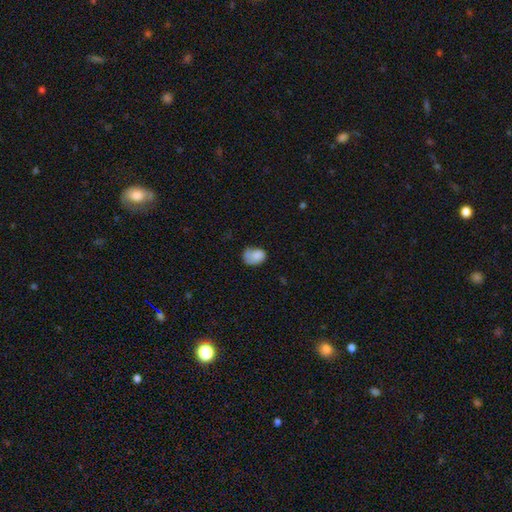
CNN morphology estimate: A smooth galaxy with no disk features (76%) that is in between round and cigar-shaped (72%). Merging: none (40%).